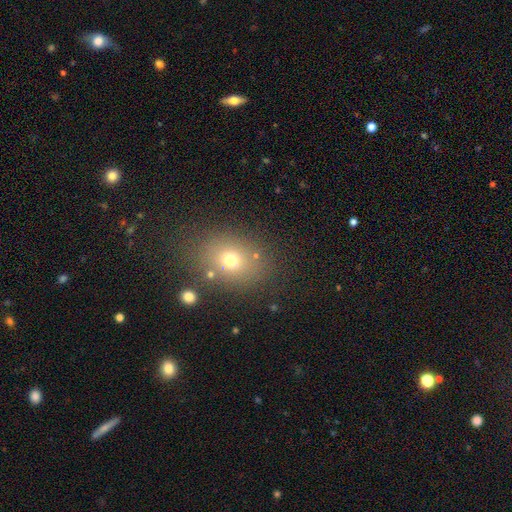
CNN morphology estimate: Smooth or featured?
  - smooth: 65% *
  - star or artifact: 22%
  - featured or disk: 13%
How rounded?
  - in between: 55% *
  - round: 44%
  - cigar-shaped: 1%
Merging?
  - none: 81% *
  - minor disturbance: 11%
  - merger: 5%
  - major disturbance: 4%